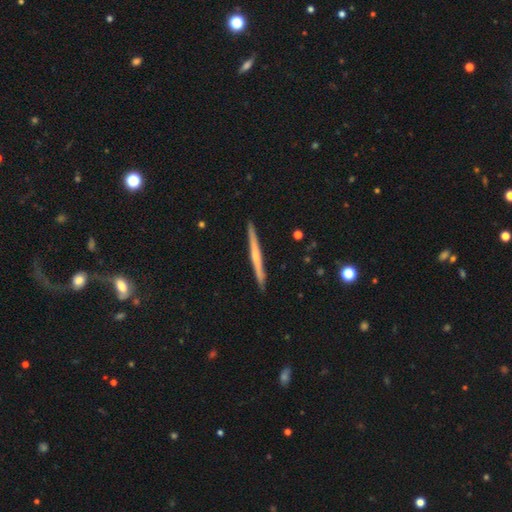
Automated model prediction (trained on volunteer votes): The model was most divided on "edge-on bulge": rounded: 58%, none: 34%, boxy: 8%. More confident: edge-on disk — yes (97%); merging — none (89%); smooth or featured — featured or disk (67%).